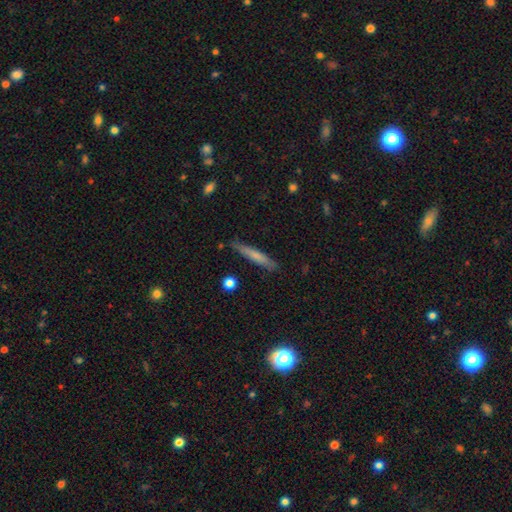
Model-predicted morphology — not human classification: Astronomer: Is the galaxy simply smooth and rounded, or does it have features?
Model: smooth — 63%.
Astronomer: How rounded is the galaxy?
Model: cigar-shaped — 94%.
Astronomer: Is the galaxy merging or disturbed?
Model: none — 83%.